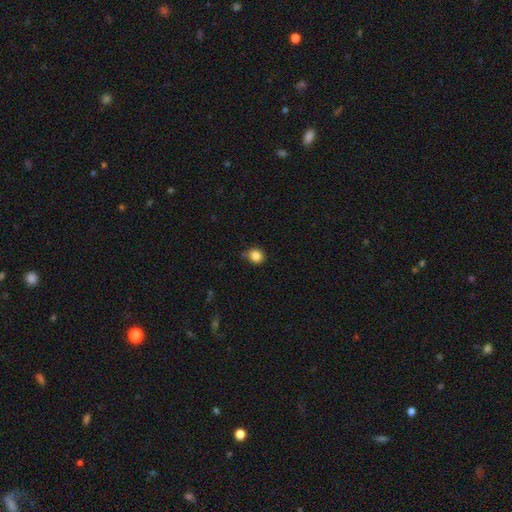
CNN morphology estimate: The model was most divided on "merging": none: 69%, minor disturbance: 24%, major disturbance: 4%, merger: 2%. More confident: smooth or featured — smooth (84%); how rounded — round (81%).